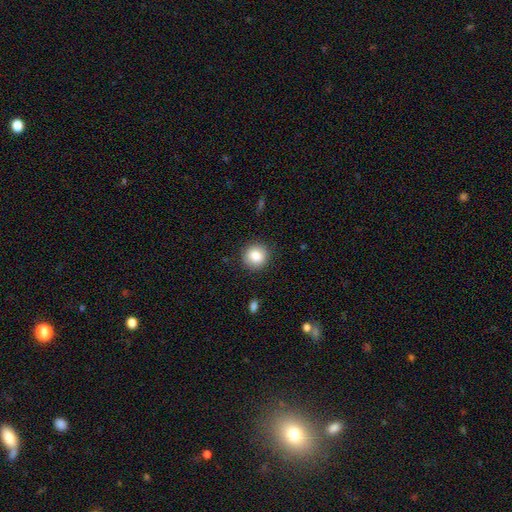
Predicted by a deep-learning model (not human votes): This is clearly a smooth galaxy (86%). How rounded: clearly round (91%). Merging: clearly none (89%).